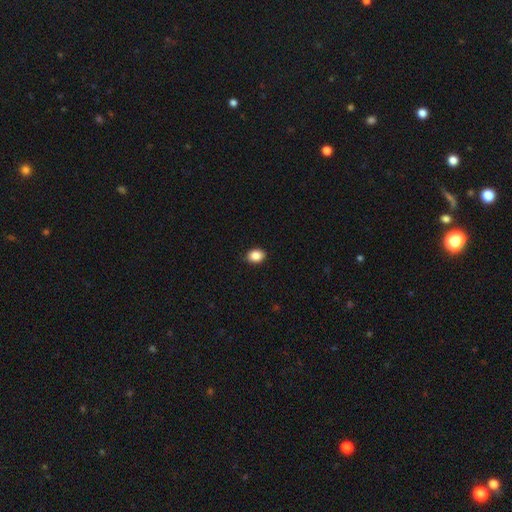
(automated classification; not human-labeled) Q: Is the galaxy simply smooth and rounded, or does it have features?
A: smooth — 88%.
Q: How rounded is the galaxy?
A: in between — 63%.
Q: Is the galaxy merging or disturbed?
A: none — 89%.